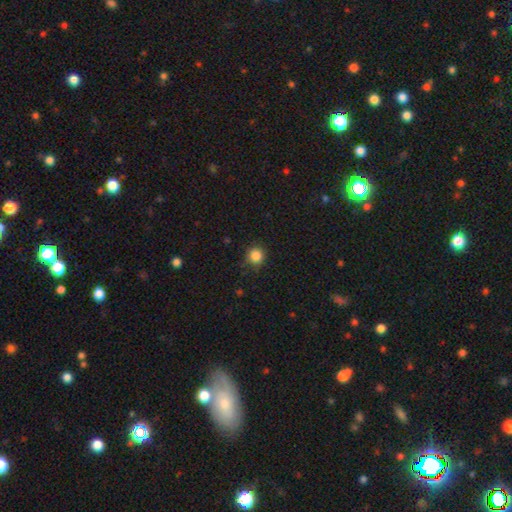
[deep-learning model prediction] A smooth galaxy with no disk features (85%) that is round (91%).

Vote fractions:
- Smooth or featured? smooth: 85% / star or artifact: 11% / featured or disk: 4%
- How rounded? round: 91% / in between: 8% / cigar-shaped: 1%
- Merging? none: 82% / minor disturbance: 13% / major disturbance: 3% / merger: 1%